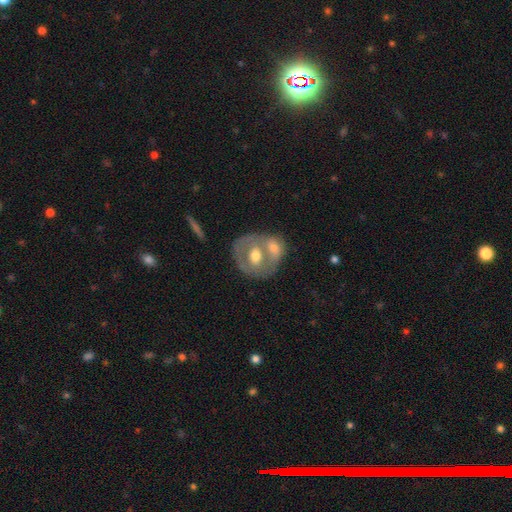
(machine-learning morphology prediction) Smooth or featured: featured or disk — 49% (smooth — 45%)
Merging: merger — 51% (none — 35%)